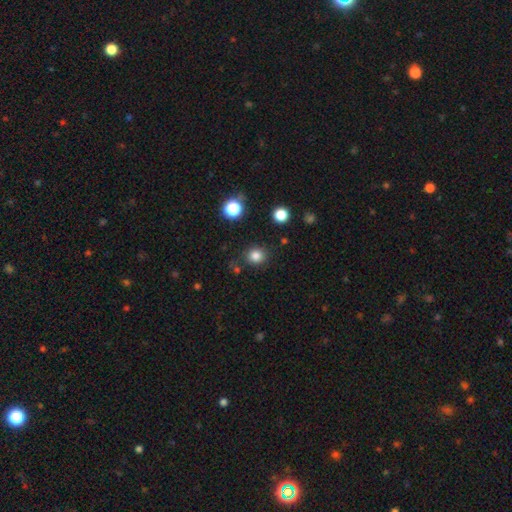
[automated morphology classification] Smooth or featured?
  - smooth: 82% *
  - star or artifact: 13%
  - featured or disk: 5%
How rounded?
  - round: 85% *
  - in between: 14%
  - cigar-shaped: 1%
Merging?
  - none: 84% *
  - minor disturbance: 10%
  - major disturbance: 3%
  - merger: 3%